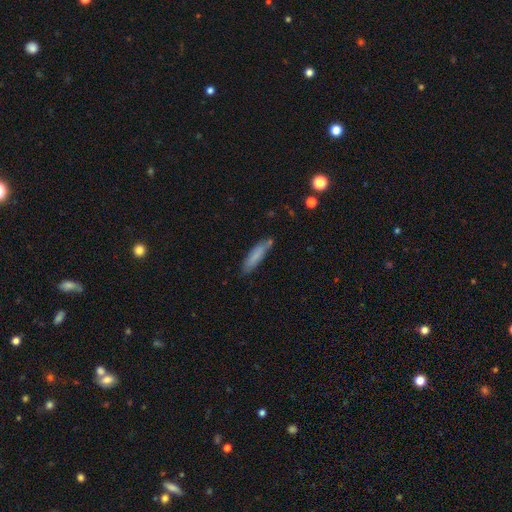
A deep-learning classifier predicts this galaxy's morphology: Smooth or featured?
  - smooth: 77% *
  - featured or disk: 16%
  - star or artifact: 6%
How rounded?
  - cigar-shaped: 76% *
  - in between: 23%
  - round: 1%
Merging?
  - none: 71% *
  - minor disturbance: 20%
  - merger: 5%
  - major disturbance: 4%